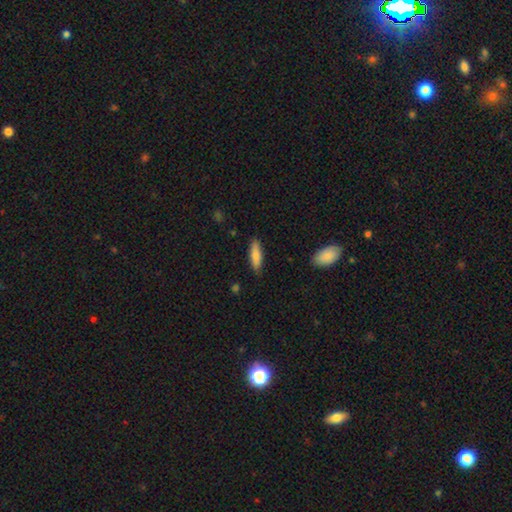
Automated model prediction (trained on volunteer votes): Smooth or featured: smooth — 77% (featured or disk — 18%)
How rounded: cigar-shaped — 60% (in between — 38%)
Merging: none — 86% (minor disturbance — 11%)